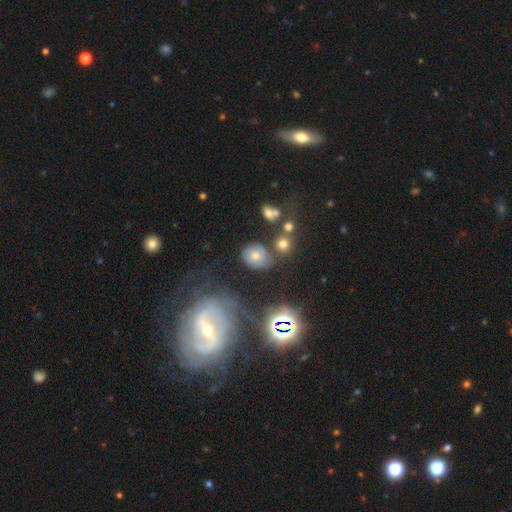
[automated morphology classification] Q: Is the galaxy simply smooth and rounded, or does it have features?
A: smooth — 44%.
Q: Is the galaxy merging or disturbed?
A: none — 67%.